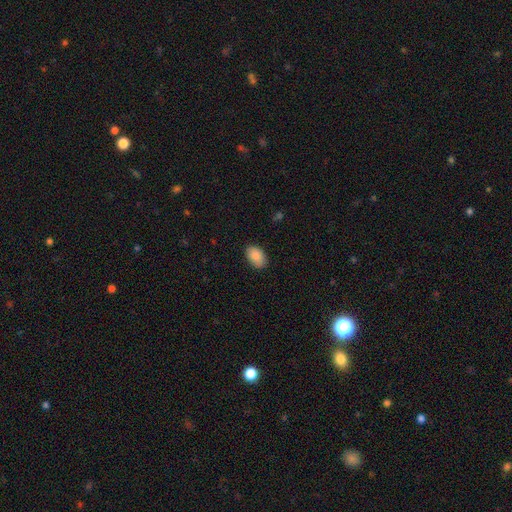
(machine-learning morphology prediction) Q: Smooth or featured?
A: smooth (89%); runner-up: star or artifact (7%)
Q: How rounded?
A: in between (89%); runner-up: round (9%)
Q: Merging?
A: none (86%); runner-up: minor disturbance (11%)